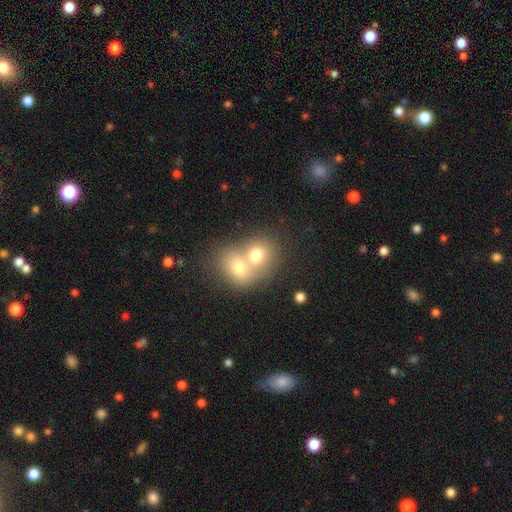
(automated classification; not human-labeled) The model was most divided on "how rounded": round: 60%, in between: 39%, cigar-shaped: 1%. More confident: merging — merger (74%); smooth or featured — smooth (67%).